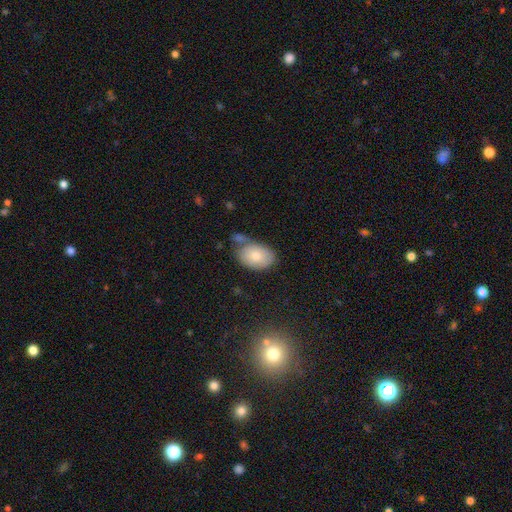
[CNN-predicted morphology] smooth-or-featured: smooth: 78% | featured or disk: 15% | star or artifact: 7%
  how-rounded: in between: 85% | round: 14% | cigar-shaped: 1%
  merging: none: 54% | minor disturbance: 22% | merger: 17% | major disturbance: 7%